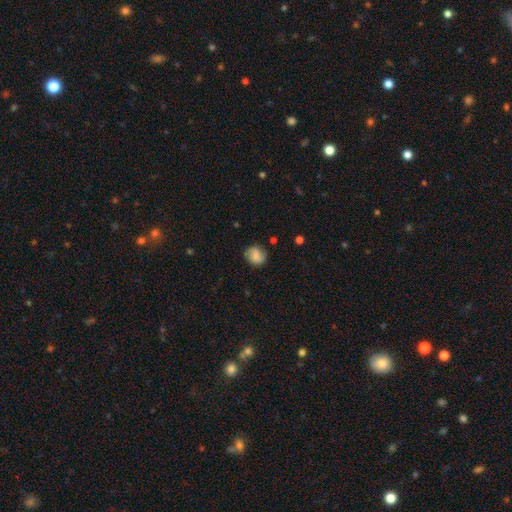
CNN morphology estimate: Smooth or featured? Predicted: smooth (p=0.63). How rounded? Predicted: round (p=0.71). Merging? Predicted: none (p=0.75).